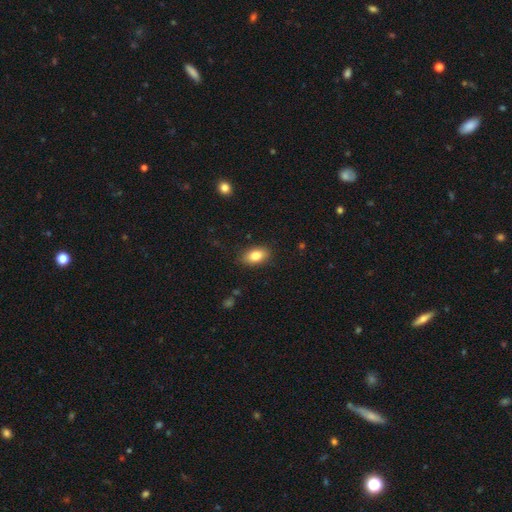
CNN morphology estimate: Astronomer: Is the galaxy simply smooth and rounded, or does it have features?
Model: smooth — 83%.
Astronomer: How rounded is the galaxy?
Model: in between — 89%.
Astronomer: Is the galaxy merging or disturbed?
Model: none — 87%.